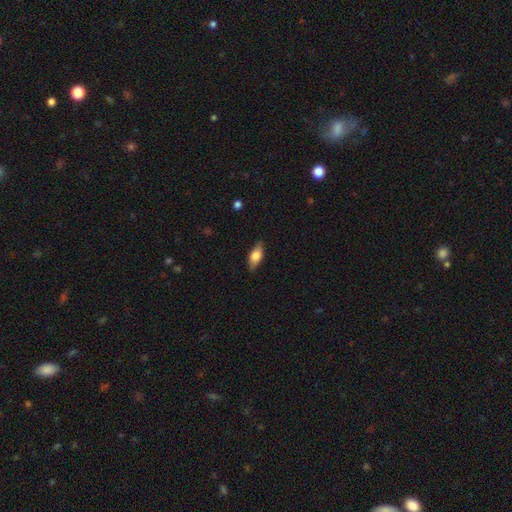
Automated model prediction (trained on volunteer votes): smooth 68%, featured or disk 25%, star or artifact 7%. Down the decision tree: how rounded — in between (79%); merging — none (84%).